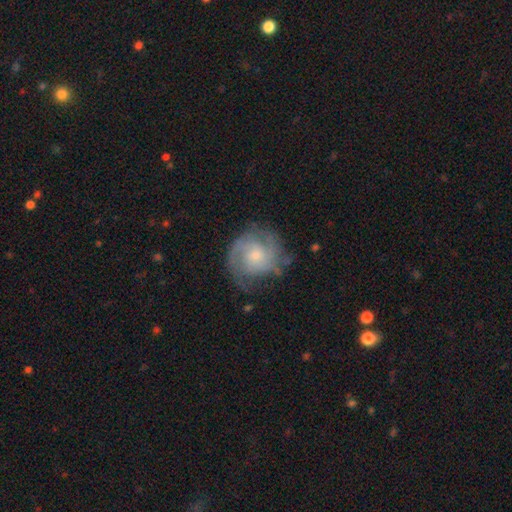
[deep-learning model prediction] This appears to be a featured or disk galaxy (78%) with no bar (70%), 2 (42%) tight (48%) spiral arms (93%) and a small central bulge (57%). Merging: none (66%).